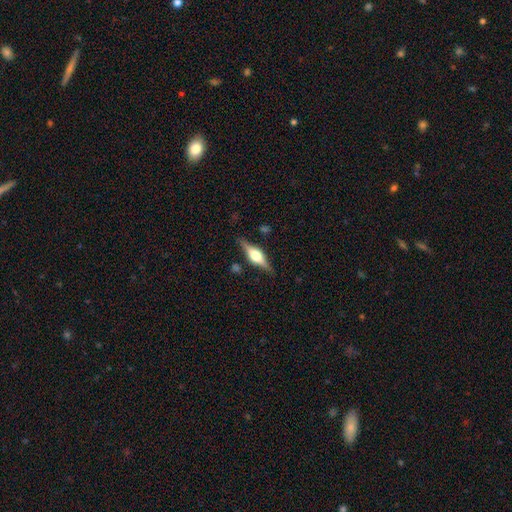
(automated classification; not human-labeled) Smooth or featured? Predicted: featured or disk (p=0.74). Edge-on disk? Predicted: yes (p=0.97). Edge-on bulge? Predicted: rounded (p=0.90). Merging? Predicted: none (p=0.85).